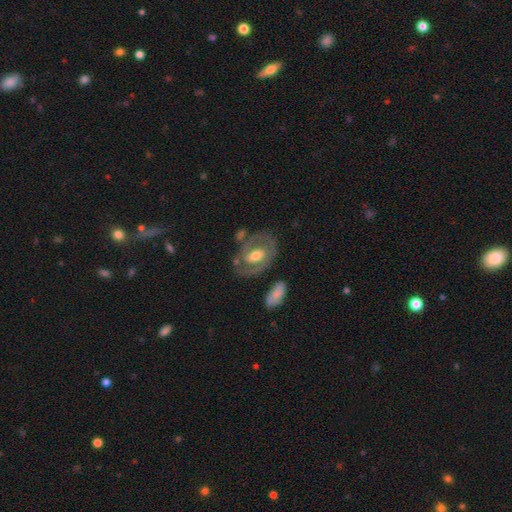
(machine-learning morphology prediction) A featured or disk galaxy (69%) with no bar (44%), spiral arms (58%) and a moderate central bulge (64%).

Vote fractions:
- Smooth or featured? featured or disk: 69% / smooth: 25% / star or artifact: 5%
- Edge-on disk? no: 94% / yes: 6%
- Bar? no: 44% / weak: 37% / strong: 19%
- Spiral arms? yes: 58% / no: 42%
- Bulge size? moderate: 64% / large: 18% / small: 14% / none: 2% / dominant: 1%
- Merging? none: 65% / minor disturbance: 18% / major disturbance: 11% / merger: 6%